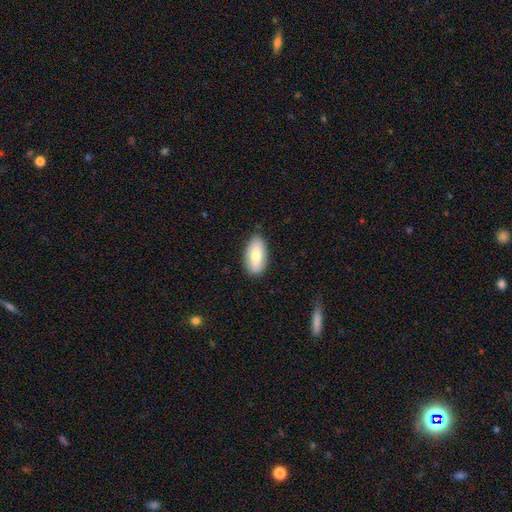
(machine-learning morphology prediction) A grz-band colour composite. It shows a smooth galaxy with no disk features (71%) that is in between round and cigar-shaped (91%). Merging: none (83%).